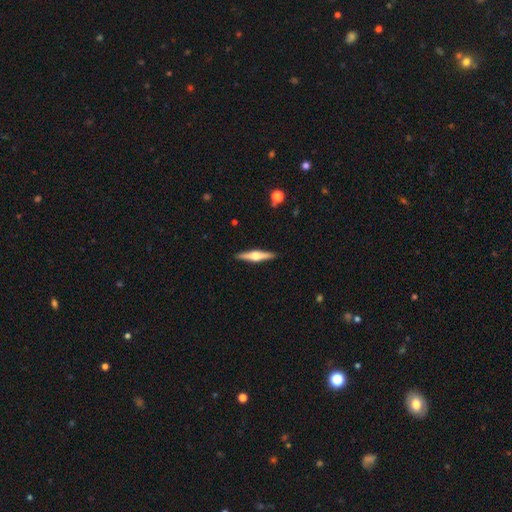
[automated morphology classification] Smooth or featured? featured or disk (72%)
Edge-on disk? yes (98%)
Edge-on bulge? rounded (92%)
Merging? none (91%)